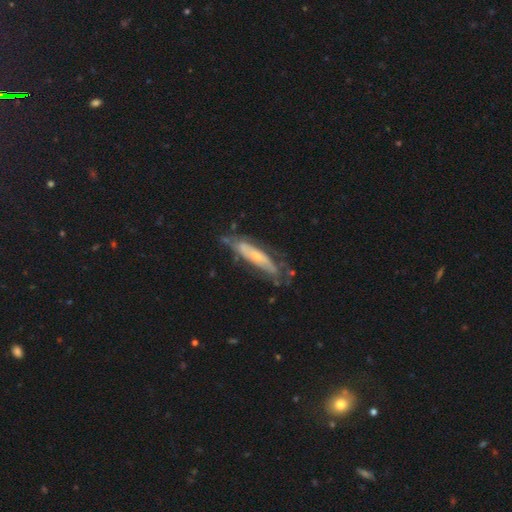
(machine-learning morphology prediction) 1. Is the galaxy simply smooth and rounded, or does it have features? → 68% featured or disk, 25% smooth, 6% star or artifact.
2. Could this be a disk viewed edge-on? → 57% no, 43% yes.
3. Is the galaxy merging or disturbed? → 59% none, 26% minor disturbance, 12% major disturbance, 3% merger.